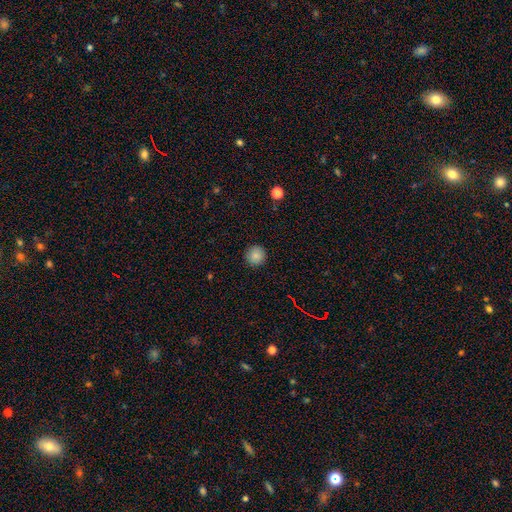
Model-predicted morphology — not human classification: smooth-or-featured: smooth: 86% | star or artifact: 10% | featured or disk: 4%
  how-rounded: round: 95% | in between: 4% | cigar-shaped: 1%
  merging: none: 92% | minor disturbance: 5% | major disturbance: 2% | merger: 1%